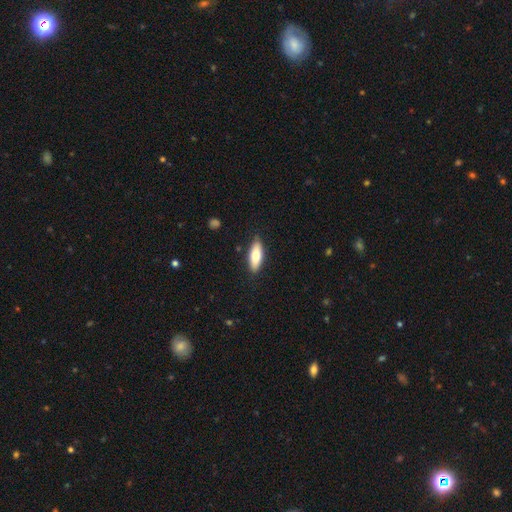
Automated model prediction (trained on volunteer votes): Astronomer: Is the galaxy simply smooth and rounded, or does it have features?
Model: smooth — 78%.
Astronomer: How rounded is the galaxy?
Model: in between — 68%.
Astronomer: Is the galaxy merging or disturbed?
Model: none — 84%.